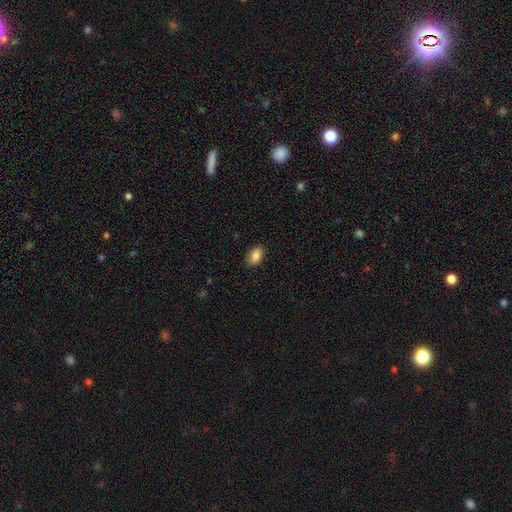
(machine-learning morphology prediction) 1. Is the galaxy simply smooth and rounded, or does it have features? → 85% smooth, 8% star or artifact, 7% featured or disk.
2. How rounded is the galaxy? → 90% in between, 7% round, 3% cigar-shaped.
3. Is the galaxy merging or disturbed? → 87% none, 10% minor disturbance, 2% major disturbance, 1% merger.